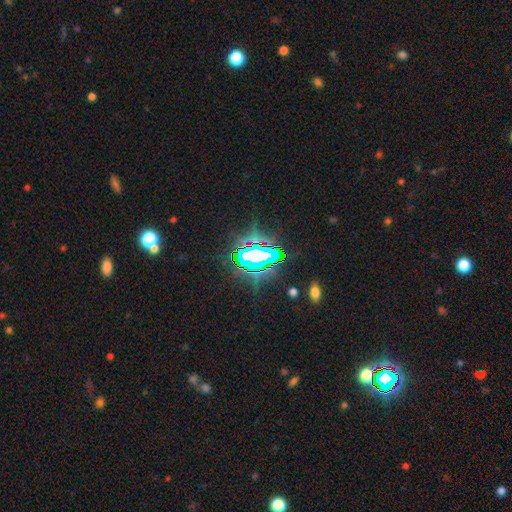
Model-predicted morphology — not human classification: Q: Smooth or featured?
A: star or artifact (73%); runner-up: smooth (14%)